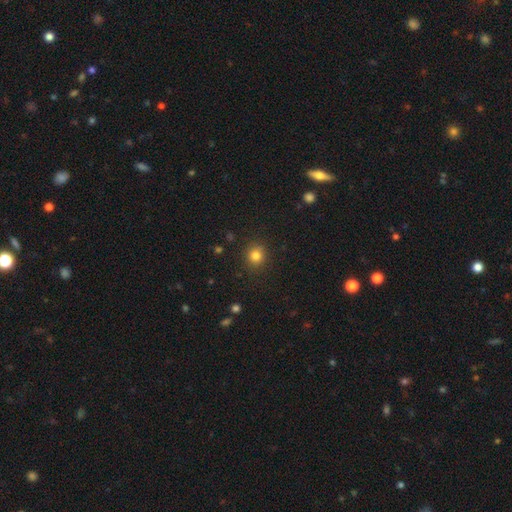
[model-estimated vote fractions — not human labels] A smooth galaxy with no disk features (82%) that is round (88%). Merging: none (89%).